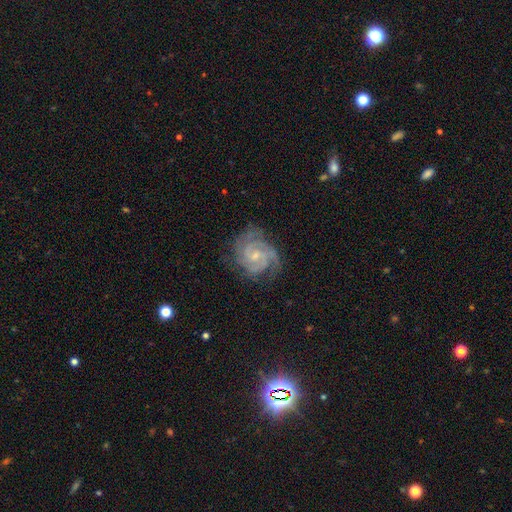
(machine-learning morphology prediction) featured or disk 90%, smooth 5%, star or artifact 5%. Down the decision tree: edge-on disk — no (98%); bar — no (52%); spiral arms — yes (98%); spiral arm count — 3 (36%); spiral winding — tight (66%); bulge size — small (63%); merging — none (73%).